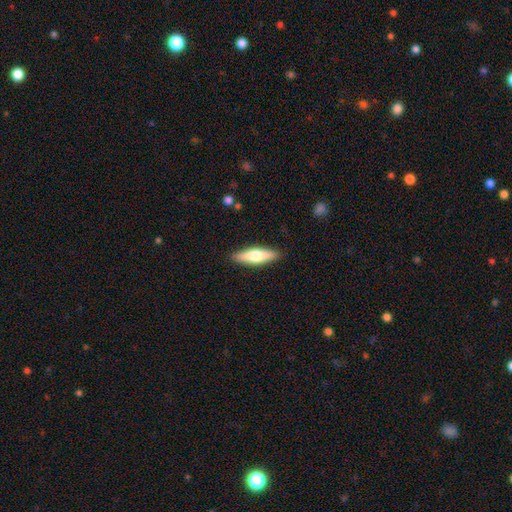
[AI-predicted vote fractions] A smooth galaxy with no disk features (62%) that is cigar-shaped (64%).

Vote fractions:
- Smooth or featured? smooth: 62% / featured or disk: 33% / star or artifact: 5%
- How rounded? cigar-shaped: 64% / in between: 34% / round: 2%
- Merging? none: 88% / minor disturbance: 9% / major disturbance: 2% / merger: 1%